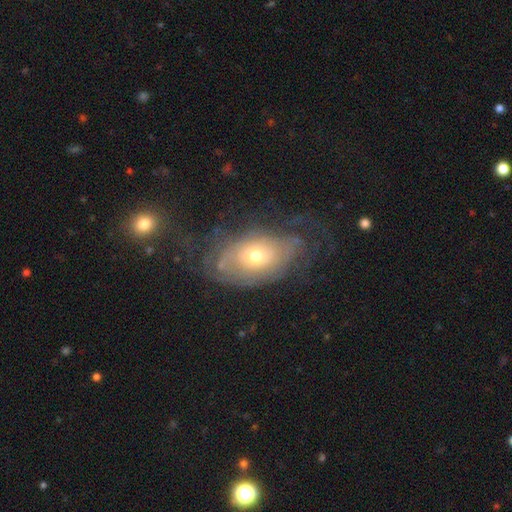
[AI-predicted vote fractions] smooth-or-featured: featured or disk: 57% | smooth: 33% | star or artifact: 9%
  disk-edge-on: no: 92% | yes: 8%
    bar: no: 85% | weak: 12% | strong: 3%
    has-spiral-arms: yes: 54% | no: 46%
    bulge-size: moderate: 54% | small: 39% | large: 5% | dominant: 1% | none: 1%
  merging: none: 49% | major disturbance: 26% | minor disturbance: 23% | merger: 3%